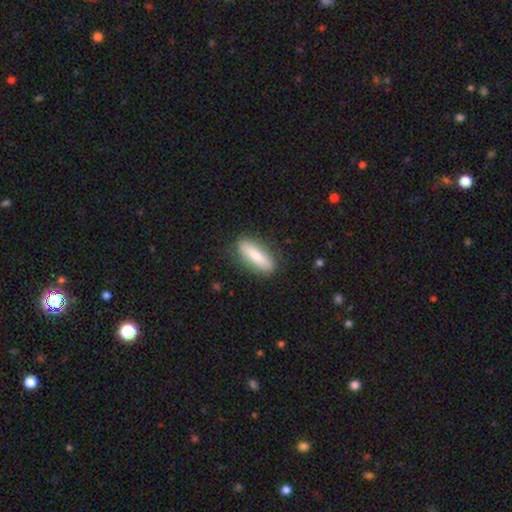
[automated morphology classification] This appears to be a smooth galaxy with no disk features (76%) that is cigar-shaped (52%). Merging: none (85%).